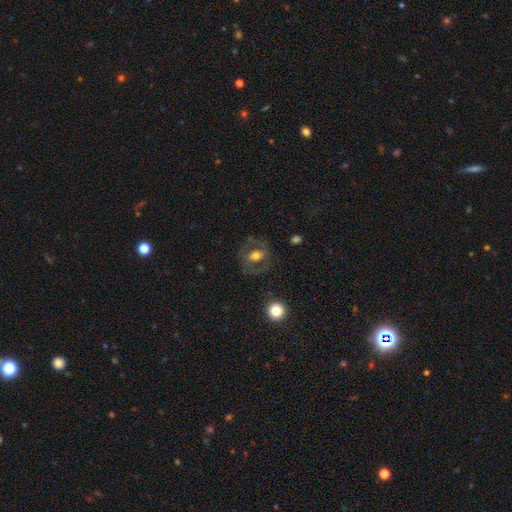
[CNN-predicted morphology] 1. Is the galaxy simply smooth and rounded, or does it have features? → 52% featured or disk, 40% smooth, 8% star or artifact.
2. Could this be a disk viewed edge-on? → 95% no, 5% yes.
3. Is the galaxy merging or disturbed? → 71% none, 15% minor disturbance, 13% major disturbance, 2% merger.